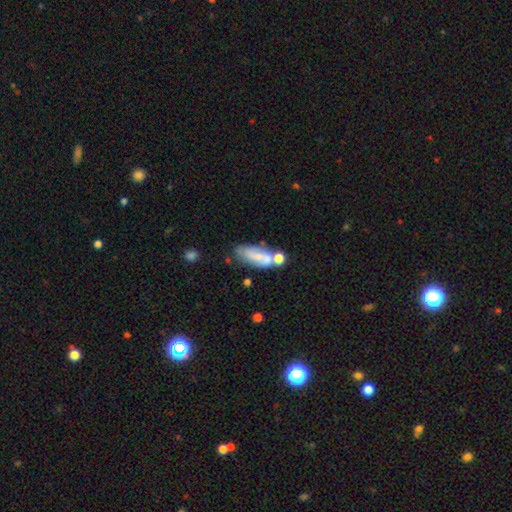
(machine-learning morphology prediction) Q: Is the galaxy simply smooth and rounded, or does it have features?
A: smooth — 54%.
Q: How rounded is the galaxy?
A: in between — 74%.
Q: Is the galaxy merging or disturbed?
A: none — 37%.